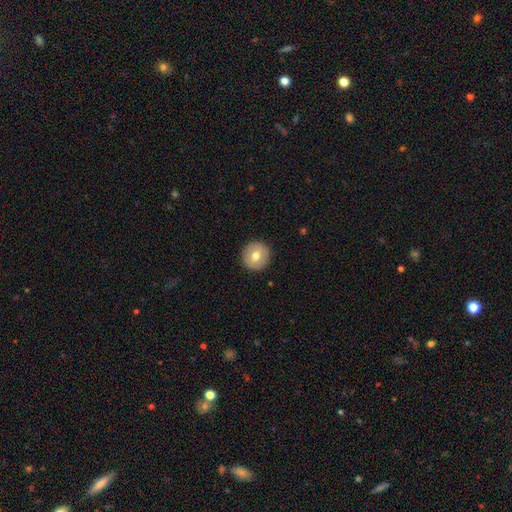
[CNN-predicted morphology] smooth-or-featured: smooth: 75% | featured or disk: 18% | star or artifact: 8%
  how-rounded: round: 96% | in between: 3% | cigar-shaped: 1%
  merging: none: 92% | minor disturbance: 5% | major disturbance: 2% | merger: 1%